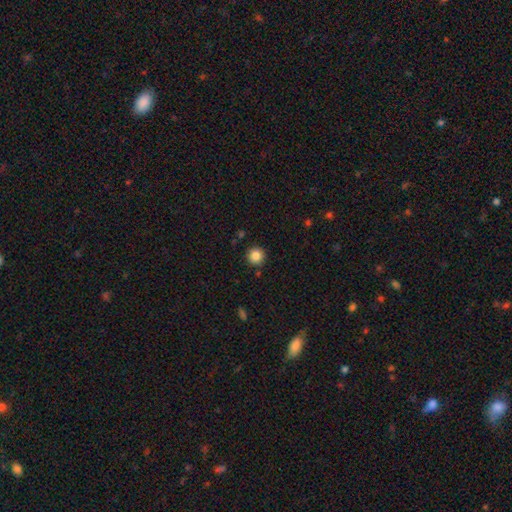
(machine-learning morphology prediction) smooth_or_featured: smooth (p=0.85) [alt: star or artifact p=0.10]
how_rounded: round (p=0.95) [alt: in between p=0.04]
merging: none (p=0.91) [alt: minor disturbance p=0.06]